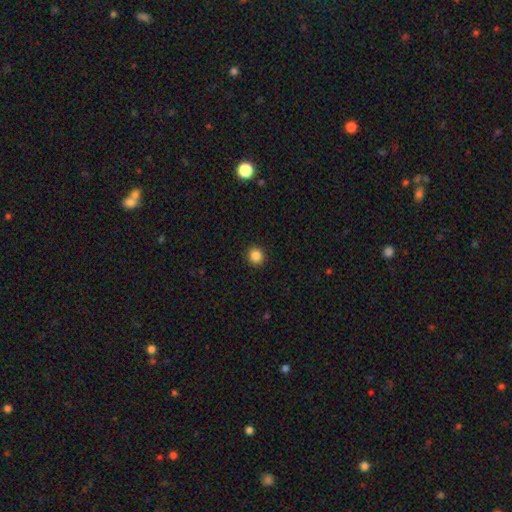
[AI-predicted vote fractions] smooth_or_featured: smooth (p=0.86) [alt: star or artifact p=0.11]
how_rounded: round (p=0.91) [alt: in between p=0.08]
merging: none (p=0.92) [alt: minor disturbance p=0.05]